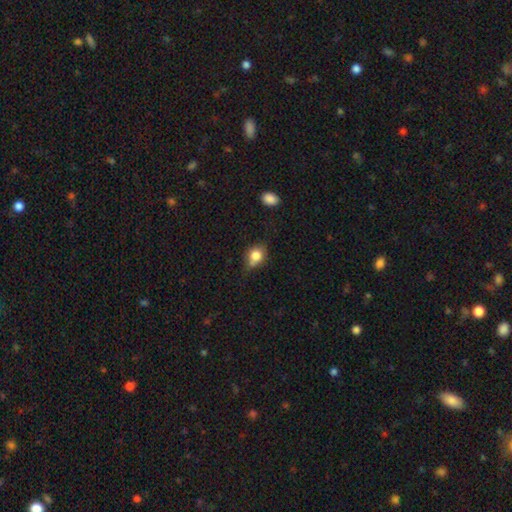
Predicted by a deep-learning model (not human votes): This is likely a smooth galaxy (78%). How rounded: possibly in between (54%). Merging: possibly none (54%).